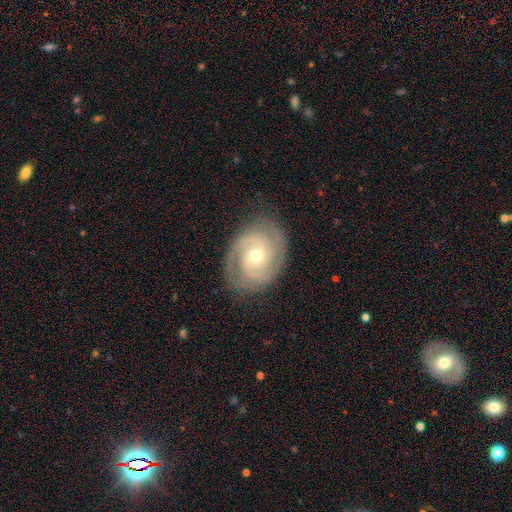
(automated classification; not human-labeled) Smooth or featured?
  - featured or disk: 89% *
  - smooth: 7%
  - star or artifact: 5%
Edge-on disk?
  - no: 97% *
  - yes: 3%
Bar?
  - no: 60% *
  - weak: 32%
  - strong: 7%
Spiral arms?
  - yes: 98% *
  - no: 2%
Spiral winding?
  - tight: 64% *
  - medium: 31%
  - loose: 5%
Spiral arm count?
  - 2: 44% *
  - 3: 33%
  - can't tell: 10%
  - 4: 5%
  - 1: 4%
  - more than 4: 4%
Bulge size?
  - moderate: 49% *
  - small: 48%
  - large: 2%
  - none: 1%
  - dominant: 1%
Merging?
  - none: 82% *
  - minor disturbance: 13%
  - major disturbance: 4%
  - merger: 1%